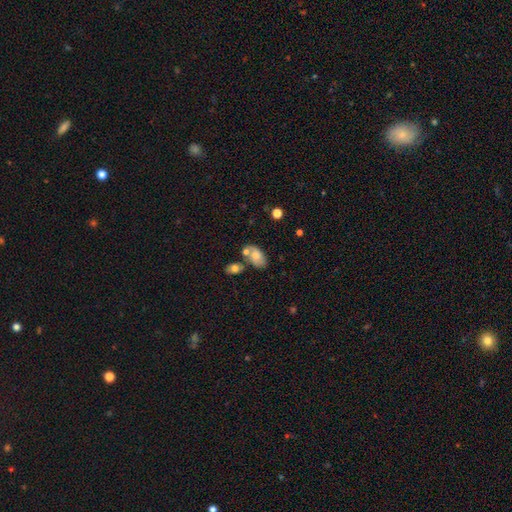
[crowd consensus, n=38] Smooth or featured?
  - smooth: 61% *
  - featured or disk: 37%
  - star or artifact: 3%
How rounded?
  - in between: 87% *
  - round: 9%
  - cigar-shaped: 4%
Merging?
  - merger: 43% *
  - none: 30%
  - minor disturbance: 16%
  - major disturbance: 11%